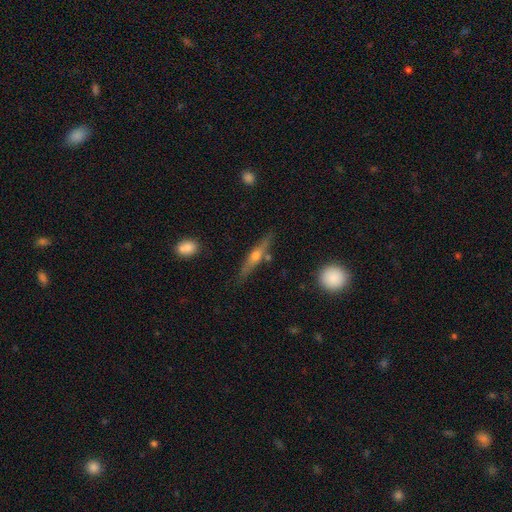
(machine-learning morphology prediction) type=featured or disk (59%); edge-on=yes (93%); edge-on bulge=rounded (90%); merging=none (80%).